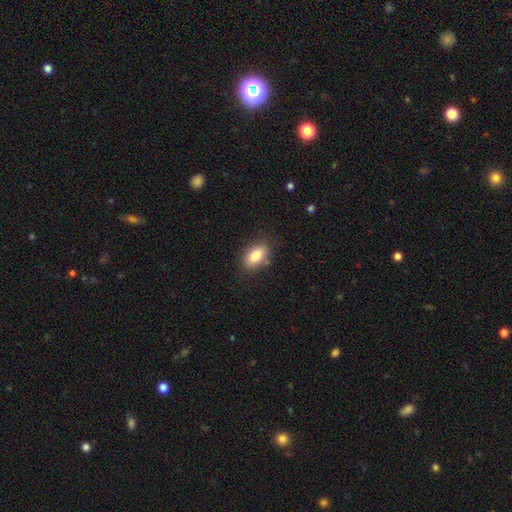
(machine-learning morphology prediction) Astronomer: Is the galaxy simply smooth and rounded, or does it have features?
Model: smooth — 83%.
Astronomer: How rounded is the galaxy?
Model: in between — 88%.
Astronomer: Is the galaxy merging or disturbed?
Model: none — 84%.